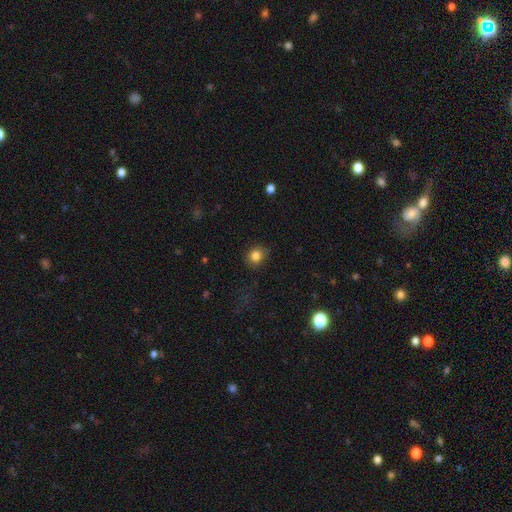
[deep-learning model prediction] Overall: smooth (83%). How rounded: round (75%). Merging: none (78%).